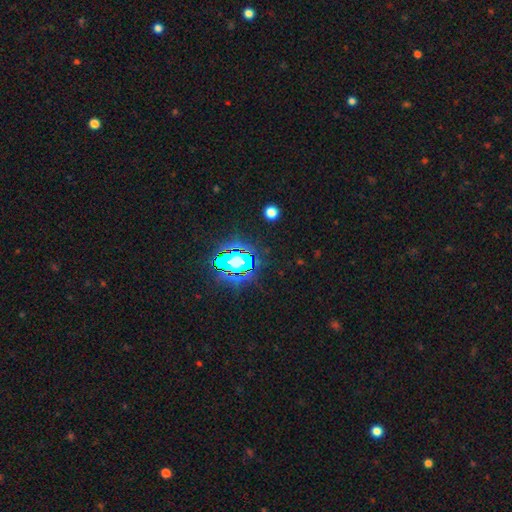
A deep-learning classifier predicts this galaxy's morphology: A star or artifact, not a galaxy (84%).